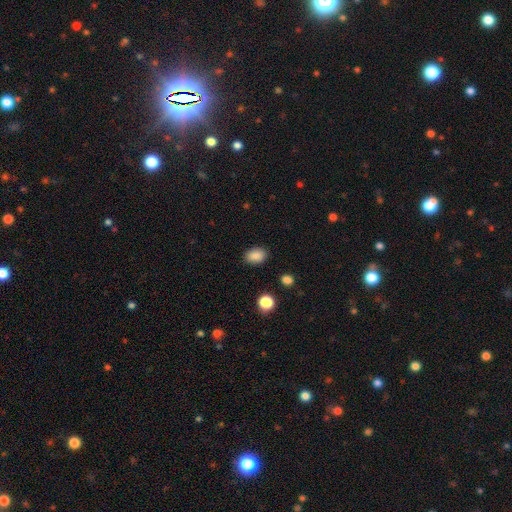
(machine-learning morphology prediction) Q: Smooth or featured?
A: smooth (87%); runner-up: star or artifact (10%)
Q: How rounded?
A: in between (77%); runner-up: round (22%)
Q: Merging?
A: none (86%); runner-up: minor disturbance (10%)